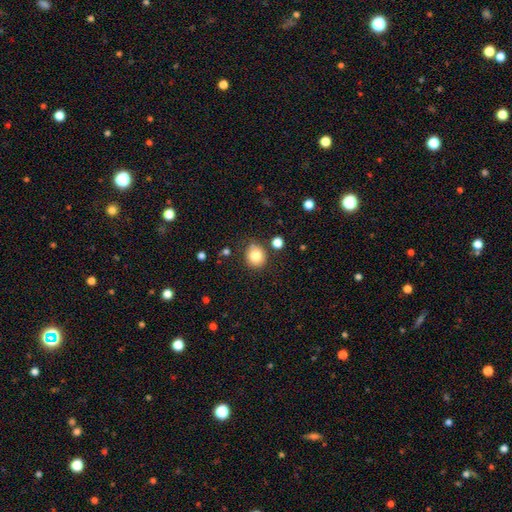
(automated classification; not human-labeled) Q: Smooth or featured?
A: smooth (82%); runner-up: star or artifact (10%)
Q: How rounded?
A: round (79%); runner-up: in between (20%)
Q: Merging?
A: none (81%); runner-up: minor disturbance (12%)